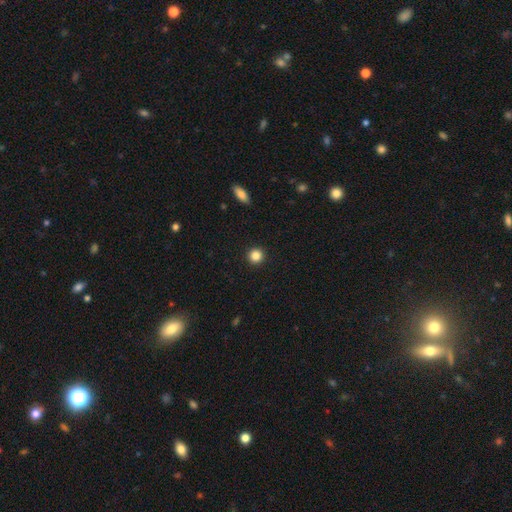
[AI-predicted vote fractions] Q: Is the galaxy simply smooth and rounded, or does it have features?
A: smooth — 85%.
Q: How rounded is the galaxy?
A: round — 95%.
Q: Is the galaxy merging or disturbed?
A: none — 93%.